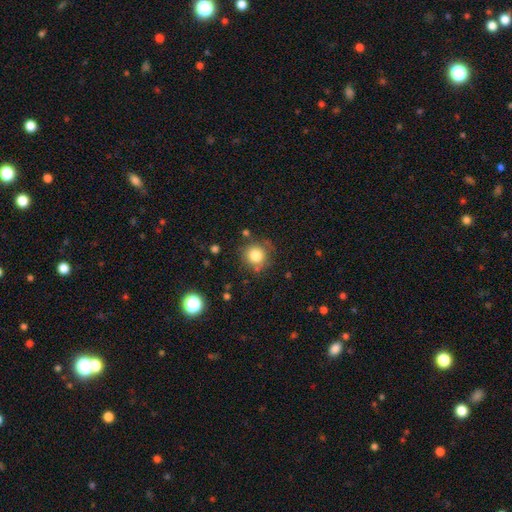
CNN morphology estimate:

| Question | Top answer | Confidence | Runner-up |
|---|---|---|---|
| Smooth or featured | smooth | 82% | star or artifact (11%) |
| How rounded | round | 91% | in between (8%) |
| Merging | none | 77% | minor disturbance (14%) |